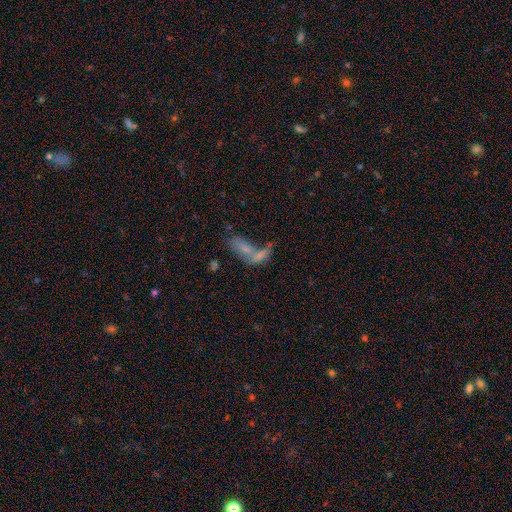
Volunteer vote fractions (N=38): Morphology: type=smooth (63%); roundness=in between (58%); merging=merger (71%).